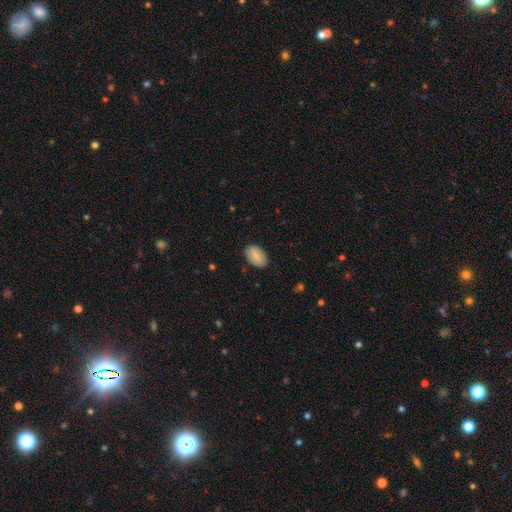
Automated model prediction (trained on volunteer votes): Smooth or featured? smooth (76%)
How rounded? in between (91%)
Merging? none (85%)